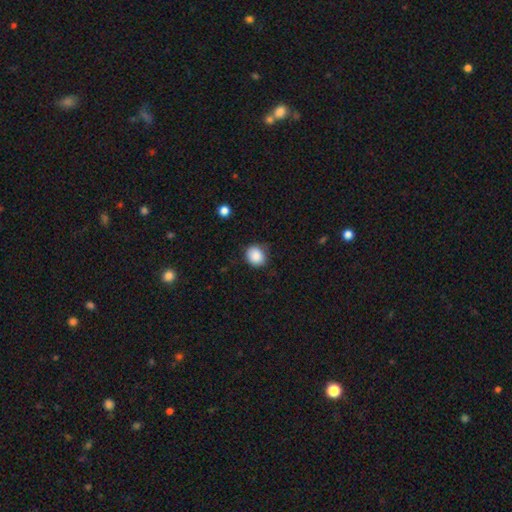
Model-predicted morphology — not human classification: Overall: smooth (87%). How rounded: round (70%). Merging: none (80%).